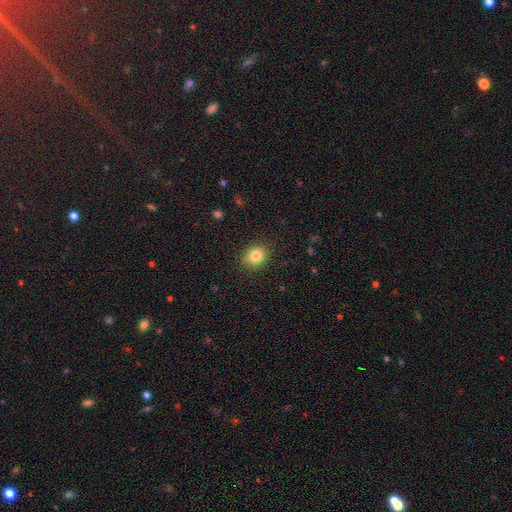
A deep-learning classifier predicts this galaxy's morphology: smooth 82%, star or artifact 11%, featured or disk 8%. Down the decision tree: how rounded — round (74%); merging — none (84%).